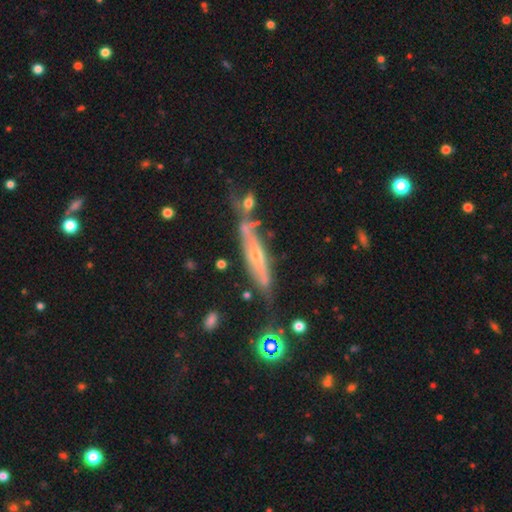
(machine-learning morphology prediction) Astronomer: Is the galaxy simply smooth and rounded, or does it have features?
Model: featured or disk — 69%.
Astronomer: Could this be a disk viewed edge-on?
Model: yes — 77%.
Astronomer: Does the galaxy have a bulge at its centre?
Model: rounded — 73%.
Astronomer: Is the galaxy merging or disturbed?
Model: none — 58%.